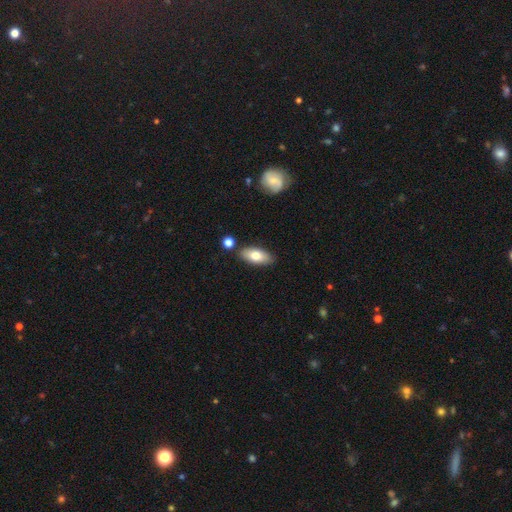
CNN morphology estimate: This is likely a smooth galaxy (74%). How rounded: clearly in between (85%). Merging: clearly none (83%).